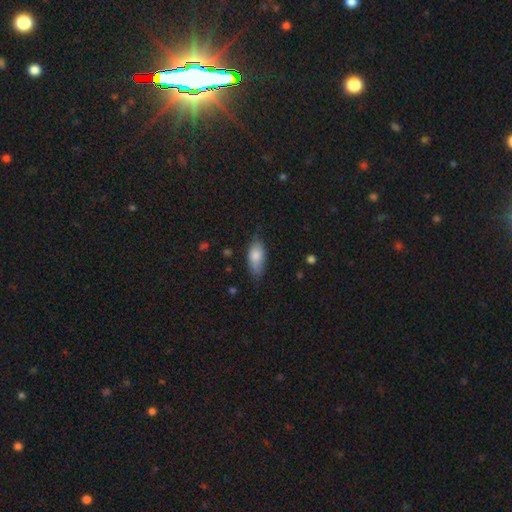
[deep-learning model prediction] Smooth or featured: smooth — 78% (featured or disk — 15%)
How rounded: in between — 83% (cigar-shaped — 15%)
Merging: none — 72% (minor disturbance — 23%)